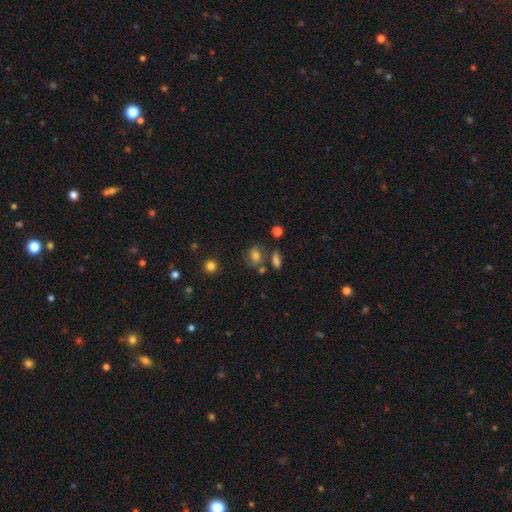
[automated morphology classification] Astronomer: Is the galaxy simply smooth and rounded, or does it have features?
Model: smooth — 76%.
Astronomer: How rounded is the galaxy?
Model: in between — 63%.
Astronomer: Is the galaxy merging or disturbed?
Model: none — 65%.